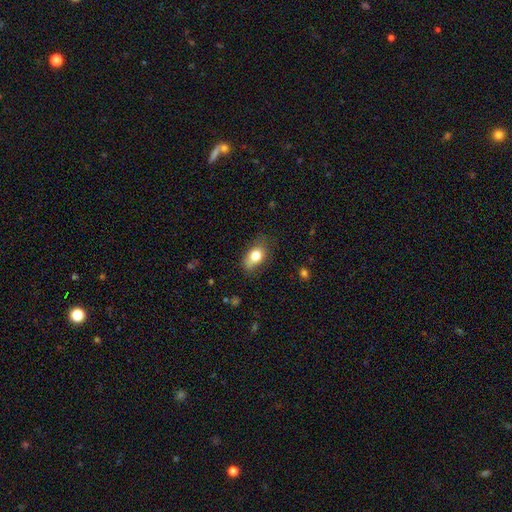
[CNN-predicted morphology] A smooth galaxy with no disk features (79%) that is in between round and cigar-shaped (84%). Merging: none (66%).